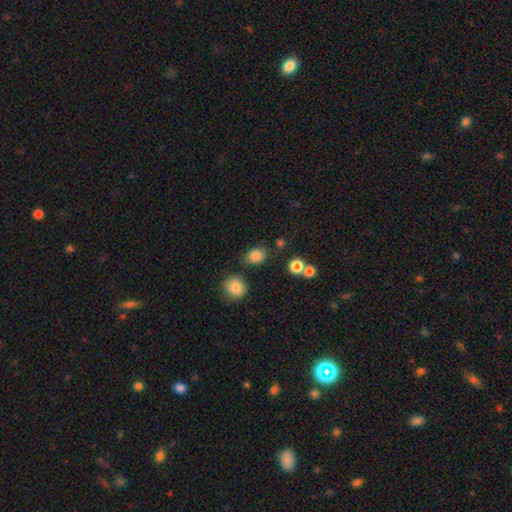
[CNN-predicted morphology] A smooth galaxy with no disk features (83%) that is round (57%).

Vote fractions:
- Smooth or featured? smooth: 83% / star or artifact: 12% / featured or disk: 5%
- How rounded? round: 57% / in between: 42% / cigar-shaped: 1%
- Merging? none: 74% / minor disturbance: 15% / merger: 6% / major disturbance: 5%